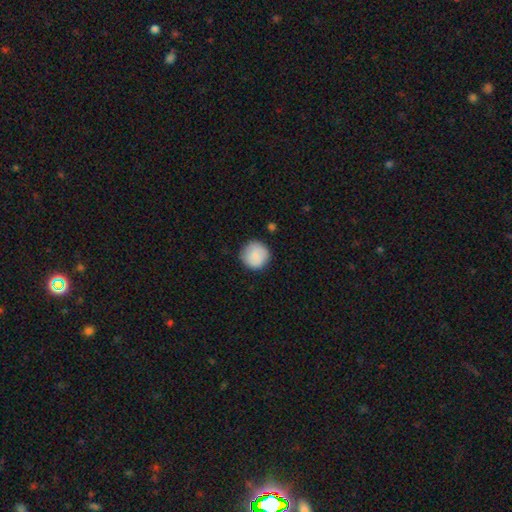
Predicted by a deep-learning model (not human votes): smooth-or-featured: smooth: 85% | featured or disk: 9% | star or artifact: 6%
  how-rounded: round: 95% | in between: 4% | cigar-shaped: 1%
  merging: none: 86% | minor disturbance: 11% | major disturbance: 2% | merger: 1%